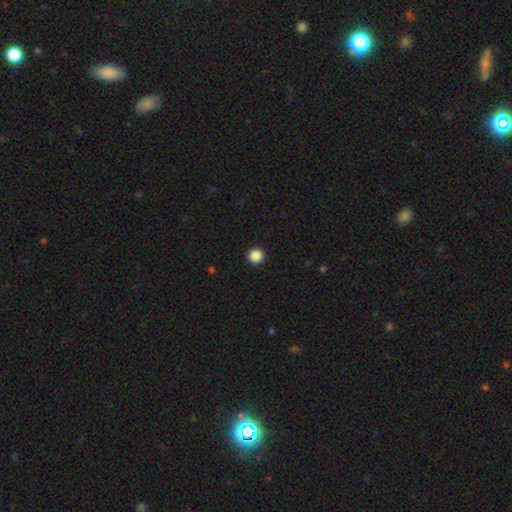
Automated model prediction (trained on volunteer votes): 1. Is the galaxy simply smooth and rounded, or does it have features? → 87% smooth, 10% star or artifact, 3% featured or disk.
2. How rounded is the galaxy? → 95% round, 4% in between, 1% cigar-shaped.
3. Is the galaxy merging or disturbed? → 94% none, 4% minor disturbance, 1% major disturbance, 1% merger.